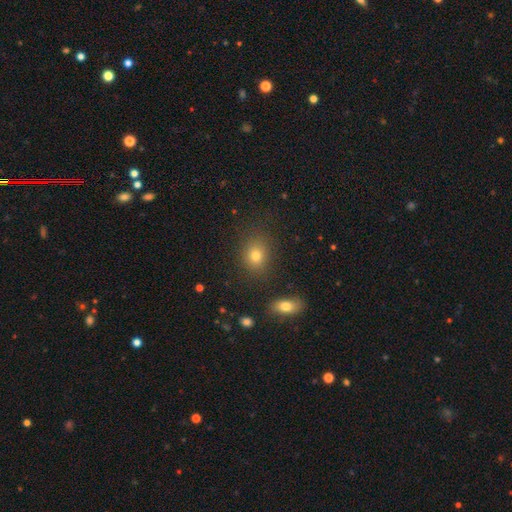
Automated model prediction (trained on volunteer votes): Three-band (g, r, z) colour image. It shows a smooth galaxy with no disk features (77%) that is in between round and cigar-shaped (50%). Merging: none (83%).